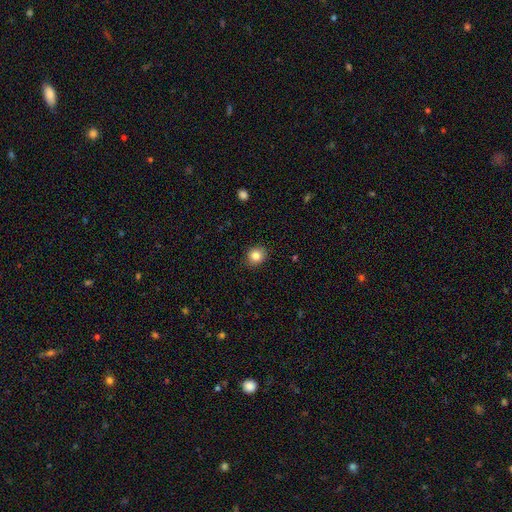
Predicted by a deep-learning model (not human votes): A smooth galaxy with no disk features (83%) that is round (71%). Merging: none (89%).